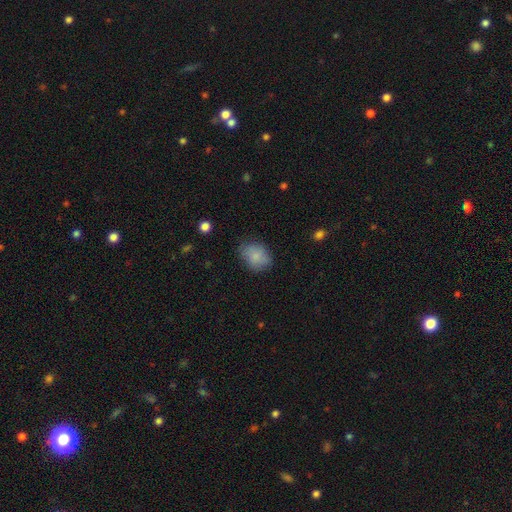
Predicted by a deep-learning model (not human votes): Q: Smooth or featured?
A: smooth (84%); runner-up: star or artifact (8%)
Q: How rounded?
A: in between (63%); runner-up: round (36%)
Q: Merging?
A: none (71%); runner-up: minor disturbance (22%)